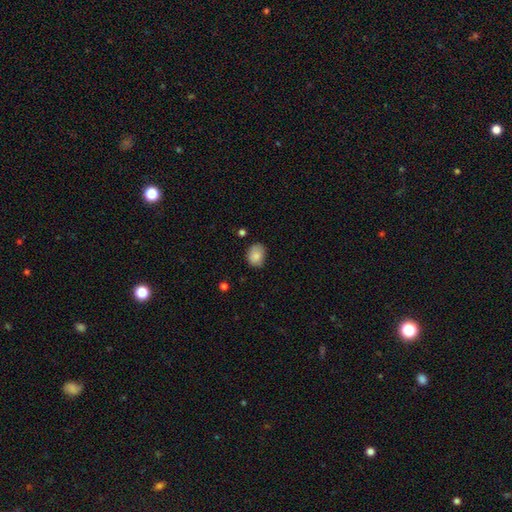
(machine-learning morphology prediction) Smooth or featured: smooth — 84% (star or artifact — 8%)
How rounded: in between — 52% (round — 47%)
Merging: none — 65% (minor disturbance — 28%)